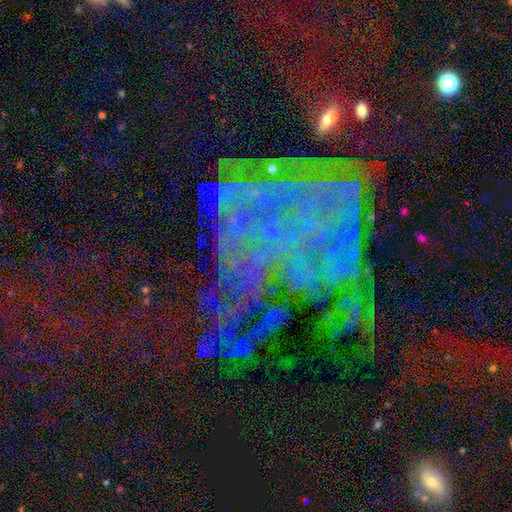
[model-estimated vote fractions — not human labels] Smooth or featured: star or artifact — 52% (featured or disk — 33%)